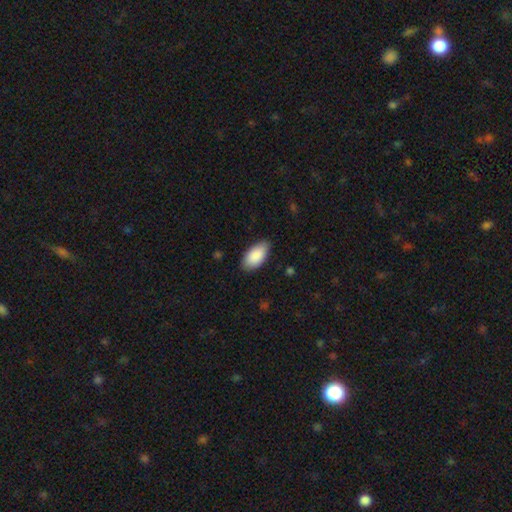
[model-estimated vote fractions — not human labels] Overall: smooth (89%). How rounded: in between (95%). Merging: none (83%).